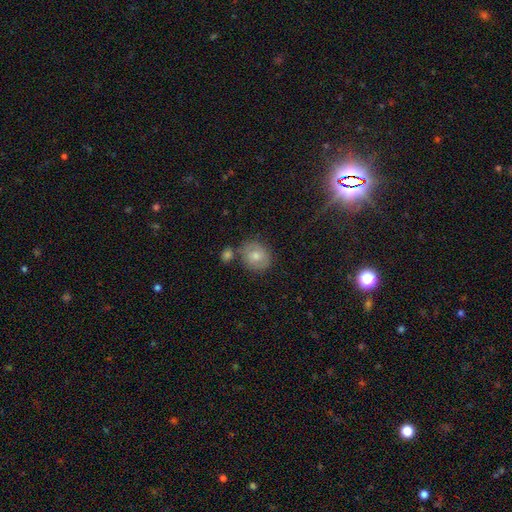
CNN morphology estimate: Smooth or featured?
  - smooth: 53% *
  - featured or disk: 39%
  - star or artifact: 8%
How rounded?
  - round: 70% *
  - in between: 29%
  - cigar-shaped: 1%
Merging?
  - none: 66% *
  - minor disturbance: 16%
  - merger: 13%
  - major disturbance: 5%